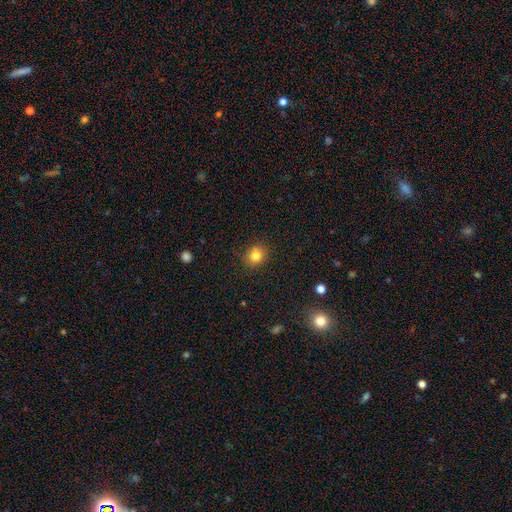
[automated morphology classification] This appears to be a smooth galaxy with no disk features (81%) that is round (80%). Merging: none (88%).